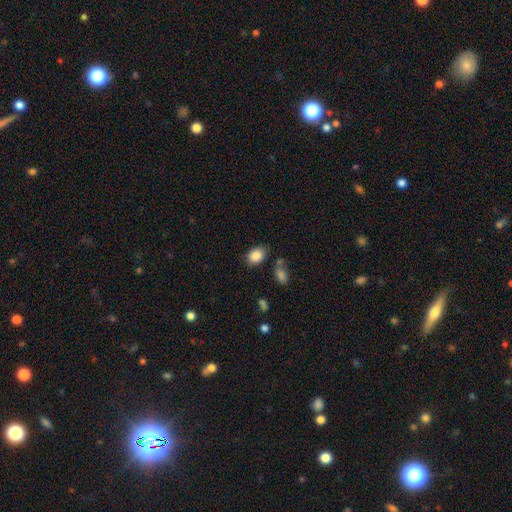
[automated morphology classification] smooth-or-featured: smooth: 87% | star or artifact: 8% | featured or disk: 5%
  how-rounded: in between: 77% | round: 22% | cigar-shaped: 1%
  merging: none: 74% | minor disturbance: 15% | merger: 6% | major disturbance: 4%